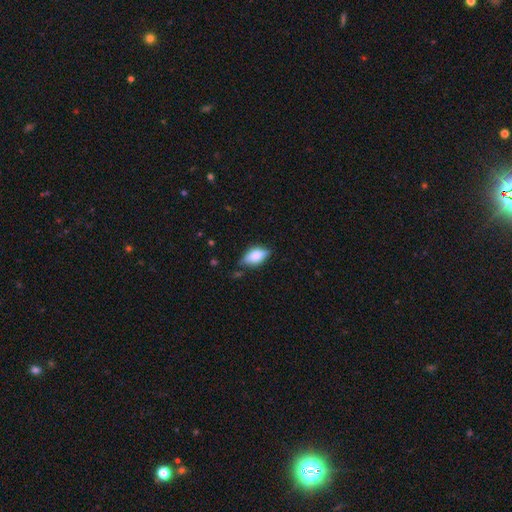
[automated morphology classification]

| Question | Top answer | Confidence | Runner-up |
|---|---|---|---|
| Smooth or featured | smooth | 62% | featured or disk (30%) |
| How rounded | in between | 87% | cigar-shaped (8%) |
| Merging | none | 70% | minor disturbance (22%) |